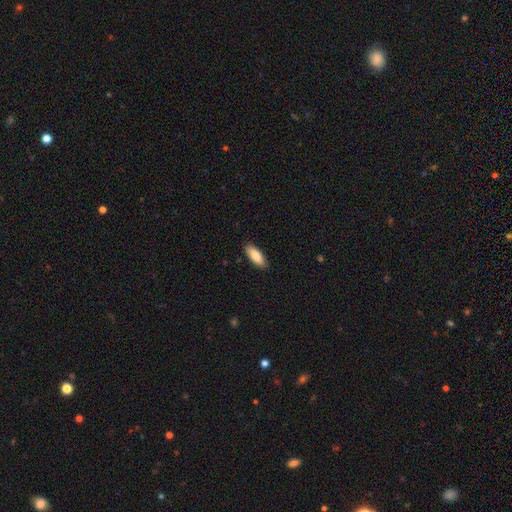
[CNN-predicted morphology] smooth 84%, featured or disk 10%, star or artifact 6%. Down the decision tree: how rounded — in between (68%); merging — none (89%).